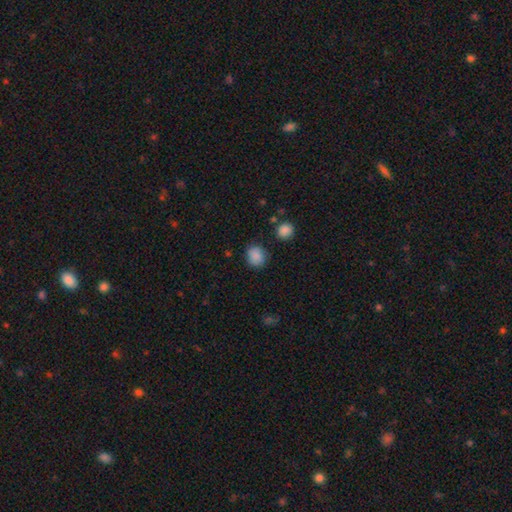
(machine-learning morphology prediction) This is clearly a smooth galaxy (86%). How rounded: likely round (77%). Merging: clearly none (82%).